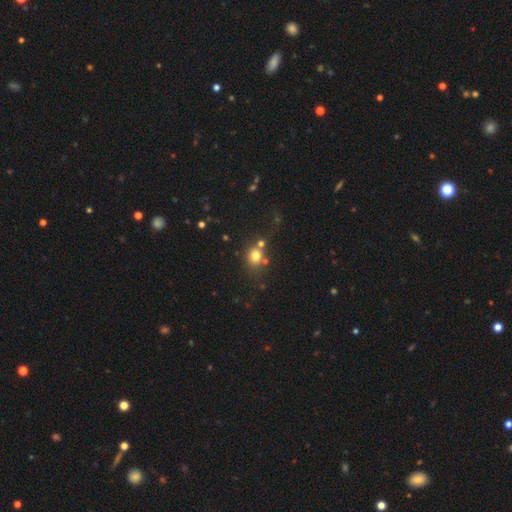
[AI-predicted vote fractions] The model was most divided on "merging": none: 60%, merger: 22%, minor disturbance: 12%, major disturbance: 6%. More confident: how rounded — round (77%); smooth or featured — smooth (74%).